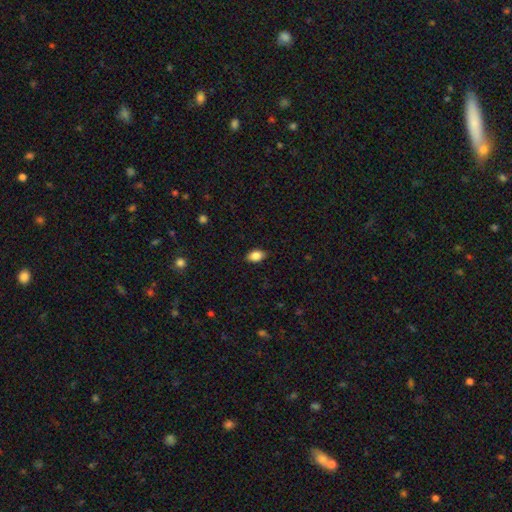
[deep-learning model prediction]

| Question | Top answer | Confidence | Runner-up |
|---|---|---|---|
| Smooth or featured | smooth | 86% | star or artifact (8%) |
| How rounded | in between | 87% | round (11%) |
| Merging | none | 86% | minor disturbance (11%) |